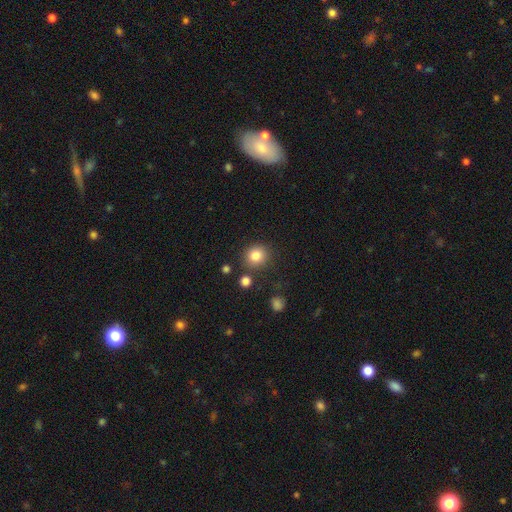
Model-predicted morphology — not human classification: type=smooth (83%); roundness=round (87%); merging=none (83%).